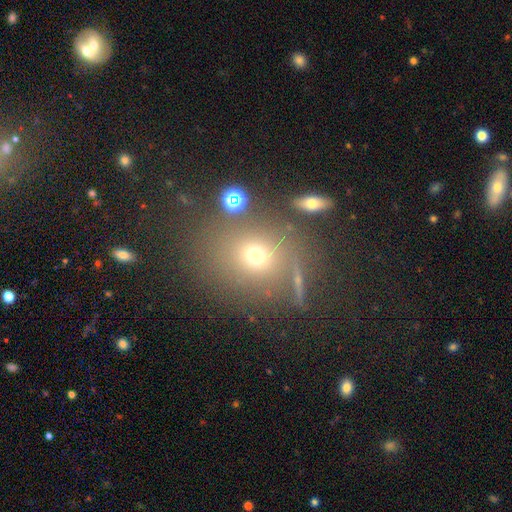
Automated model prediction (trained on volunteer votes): This is likely a smooth galaxy (66%). How rounded: likely round (72%). Merging: likely none (71%).